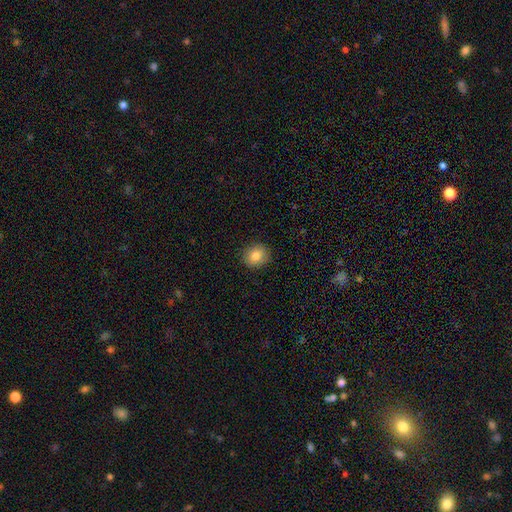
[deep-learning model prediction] A smooth galaxy with no disk features (84%) that is round (72%).

Vote fractions:
- Smooth or featured? smooth: 84% / star or artifact: 9% / featured or disk: 7%
- How rounded? round: 72% / in between: 27% / cigar-shaped: 1%
- Merging? none: 90% / minor disturbance: 7% / major disturbance: 2% / merger: 1%